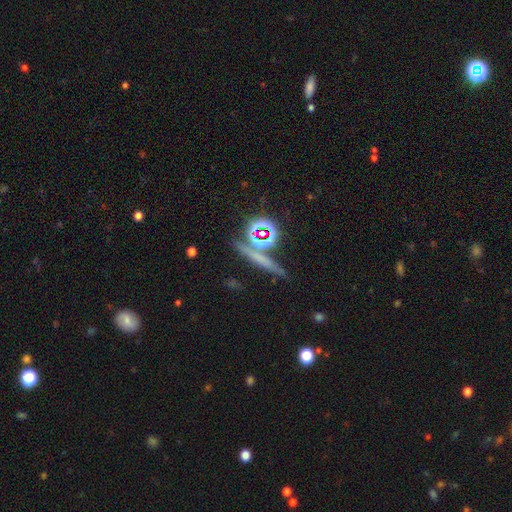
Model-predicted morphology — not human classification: Overall: star or artifact (40%; smooth 36%).